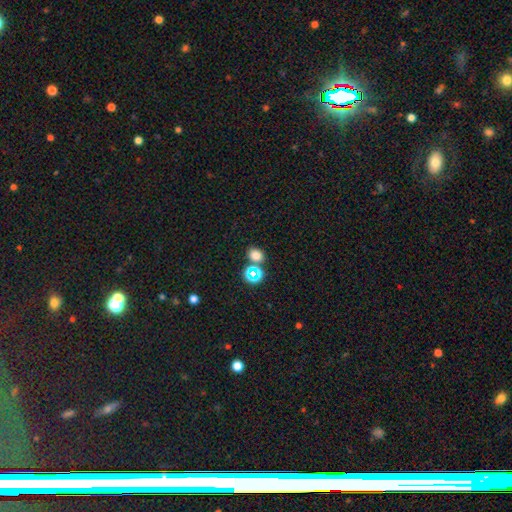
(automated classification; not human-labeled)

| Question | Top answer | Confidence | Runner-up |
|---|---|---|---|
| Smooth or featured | smooth | 73% | star or artifact (21%) |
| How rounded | round | 59% | in between (40%) |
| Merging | none | 66% | merger (22%) |